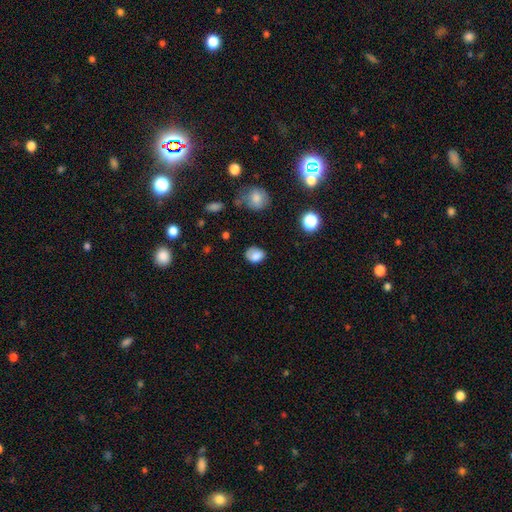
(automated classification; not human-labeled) The model was most divided on "how rounded": in between: 60%, round: 39%, cigar-shaped: 1%. More confident: smooth or featured — smooth (80%); merging — none (65%).